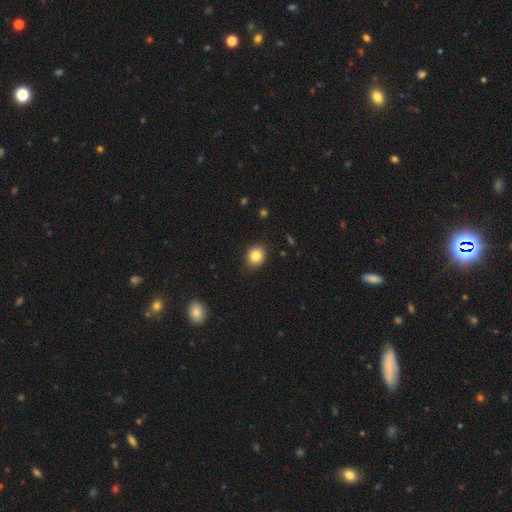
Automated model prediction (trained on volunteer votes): This appears to be a smooth galaxy with no disk features (84%) that is round (68%). Merging: none (87%).